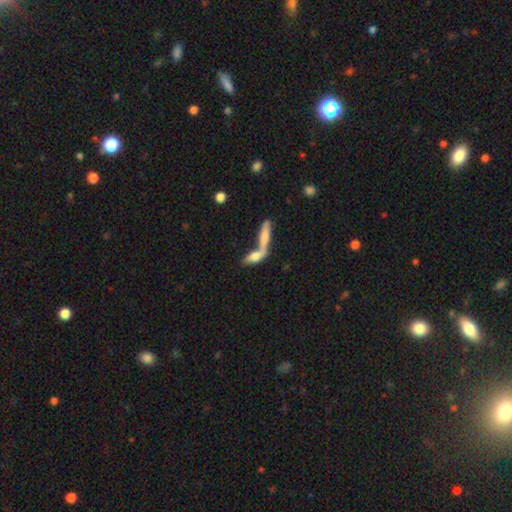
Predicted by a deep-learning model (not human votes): Smooth or featured? Predicted: smooth (p=0.65). How rounded? Predicted: in between (p=0.49). Merging? Predicted: merger (p=0.67).